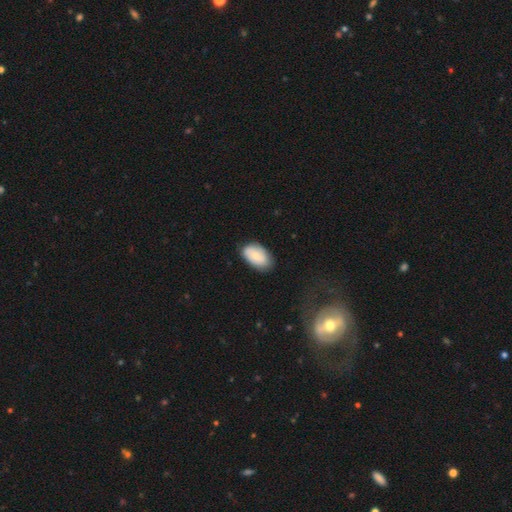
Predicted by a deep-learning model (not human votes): smooth_or_featured: smooth (p=0.74) [alt: featured or disk p=0.19]
how_rounded: in between (p=0.93) [alt: round p=0.06]
merging: none (p=0.74) [alt: minor disturbance p=0.20]